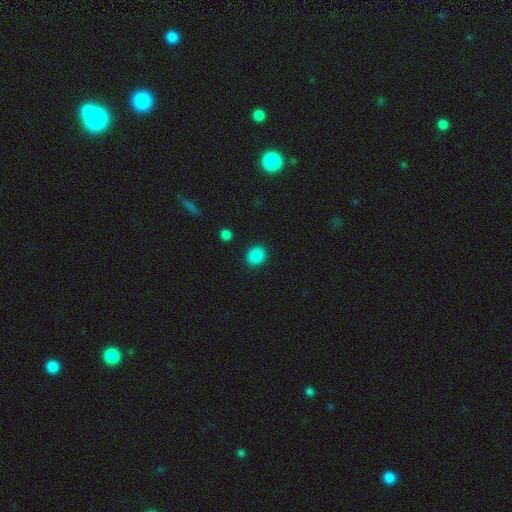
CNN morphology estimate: This is clearly a smooth galaxy (87%). How rounded: likely round (72%). Merging: clearly none (90%).